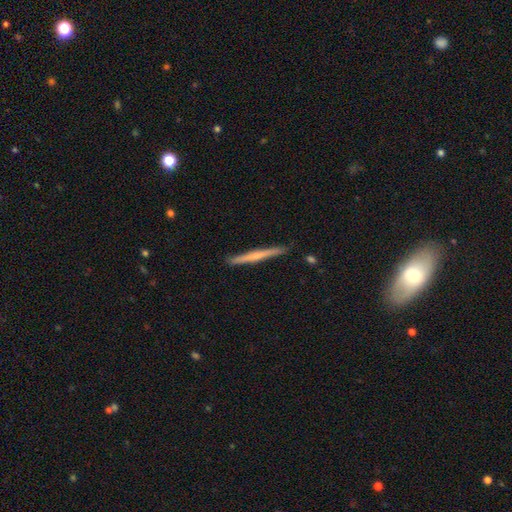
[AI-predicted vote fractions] Smooth or featured? Predicted: featured or disk (p=0.50). Edge-on disk? Predicted: yes (p=0.98). Merging? Predicted: none (p=0.91).